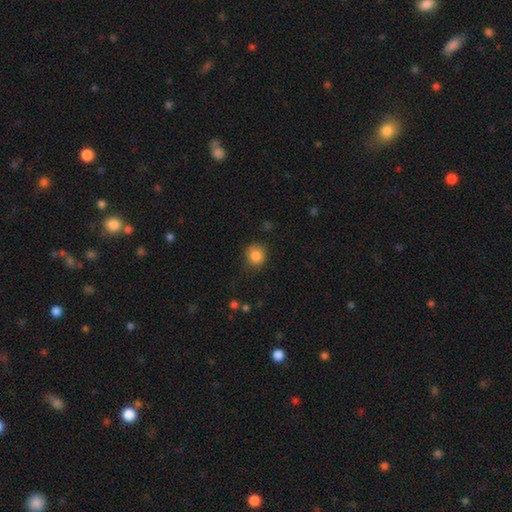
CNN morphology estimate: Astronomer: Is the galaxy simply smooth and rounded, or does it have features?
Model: smooth — 85%.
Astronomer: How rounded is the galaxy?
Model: round — 84%.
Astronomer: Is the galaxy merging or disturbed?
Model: none — 78%.